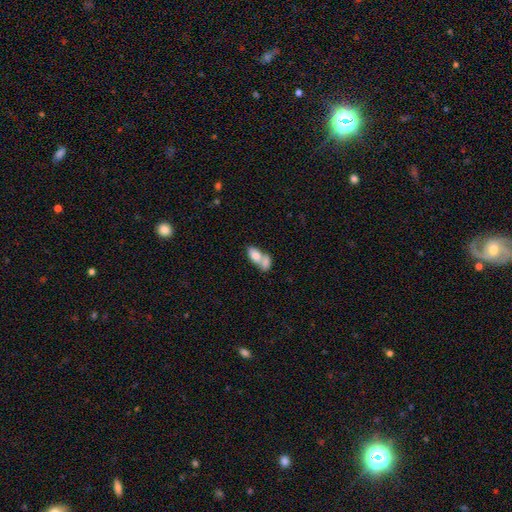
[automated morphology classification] type=smooth (76%); roundness=in between (88%); merging=merger (70%).